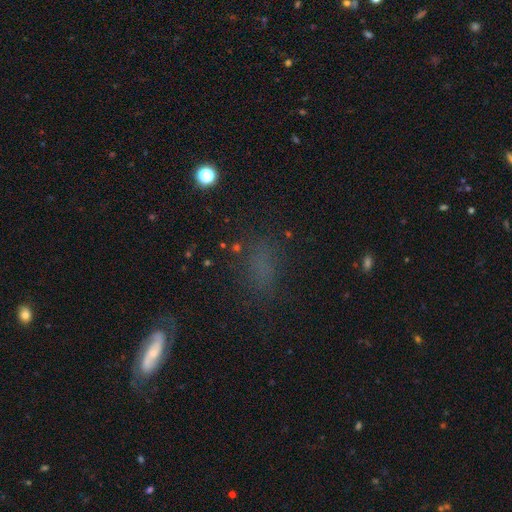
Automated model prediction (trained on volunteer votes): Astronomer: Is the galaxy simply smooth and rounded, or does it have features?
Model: smooth — 59%.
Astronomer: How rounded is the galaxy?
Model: in between — 66%.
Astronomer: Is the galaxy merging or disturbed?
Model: none — 68%.